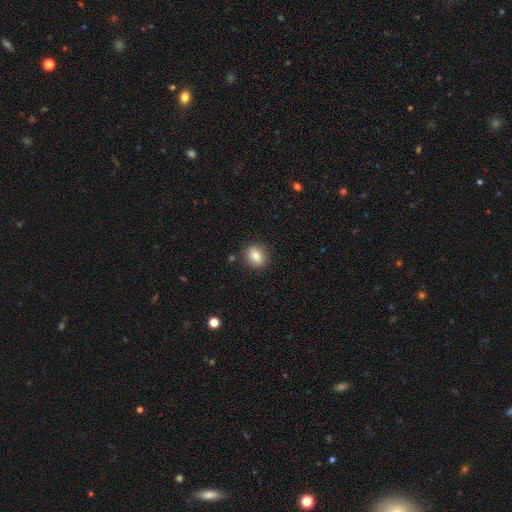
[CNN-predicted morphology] type=smooth (83%); roundness=round (57%); merging=none (88%).